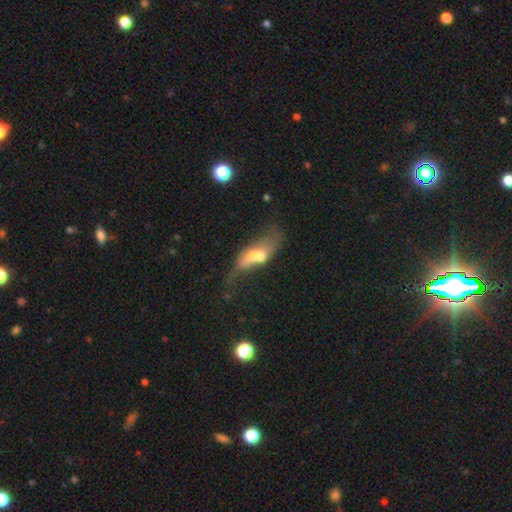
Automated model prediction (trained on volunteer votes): Smooth or featured?
  - featured or disk: 47% *
  - smooth: 44%
  - star or artifact: 9%
Merging?
  - merger: 49% *
  - major disturbance: 25%
  - none: 14%
  - minor disturbance: 12%